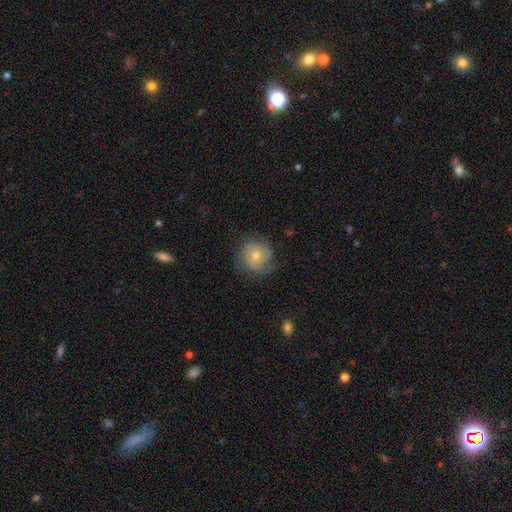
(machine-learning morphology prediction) The model was most divided on "bulge size": small: 54%, moderate: 41%, large: 2%, none: 2%, dominant: 1%. More confident: edge-on disk — no (97%); bar — no (83%); spiral arms — yes (81%); merging — none (69%); smooth or featured — featured or disk (53%).